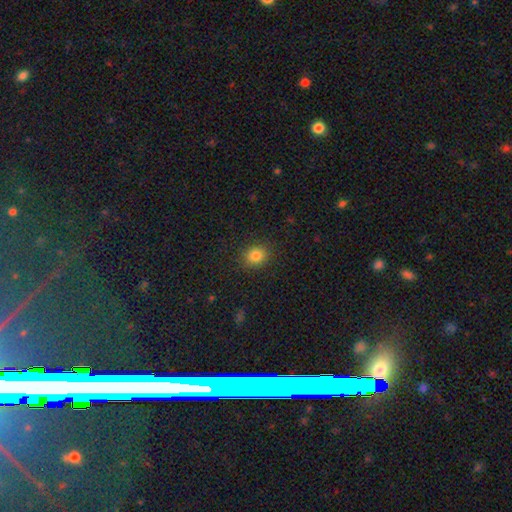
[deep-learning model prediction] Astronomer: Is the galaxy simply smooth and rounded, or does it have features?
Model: smooth — 83%.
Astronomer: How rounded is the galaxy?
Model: round — 75%.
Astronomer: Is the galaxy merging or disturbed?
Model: none — 89%.